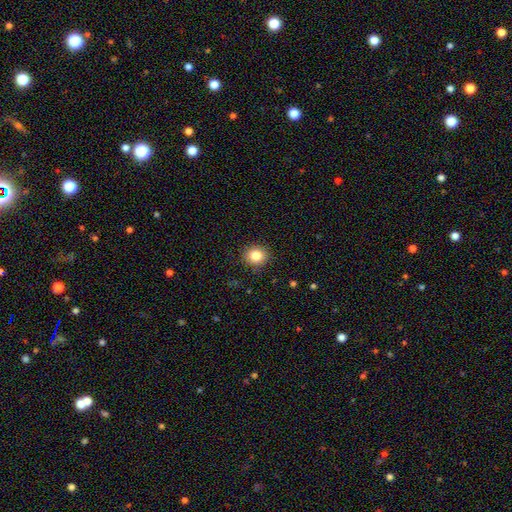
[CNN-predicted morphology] This is clearly a smooth galaxy (83%). How rounded: clearly round (84%). Merging: clearly none (89%).